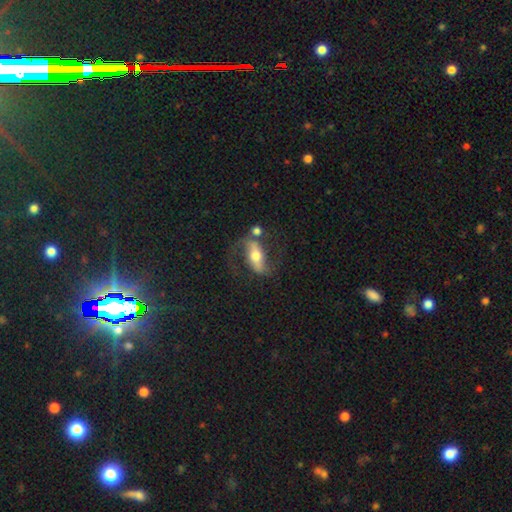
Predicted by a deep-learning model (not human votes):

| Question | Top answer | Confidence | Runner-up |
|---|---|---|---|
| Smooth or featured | featured or disk | 74% | smooth (20%) |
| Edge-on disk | no | 86% | yes (14%) |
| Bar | strong | 49% | weak (26%) |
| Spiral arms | yes | 85% | no (15%) |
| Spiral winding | loose | 58% | medium (33%) |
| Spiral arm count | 2 | 89% | can't tell (4%) |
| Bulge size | moderate | 67% | small (18%) |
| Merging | none | 58% | minor disturbance (16%) |